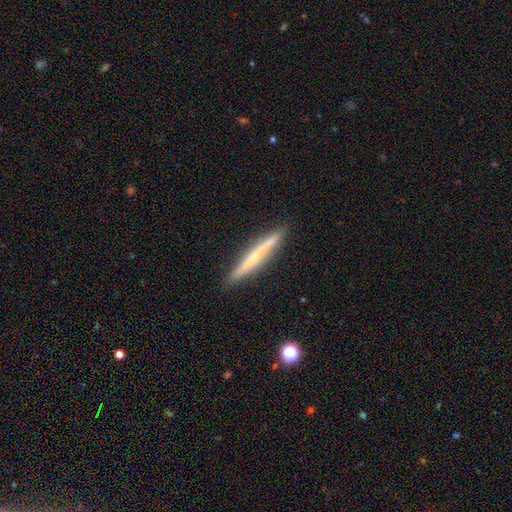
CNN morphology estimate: featured or disk 48%, smooth 45%, star or artifact 7%. Down the decision tree: merging — none (88%).